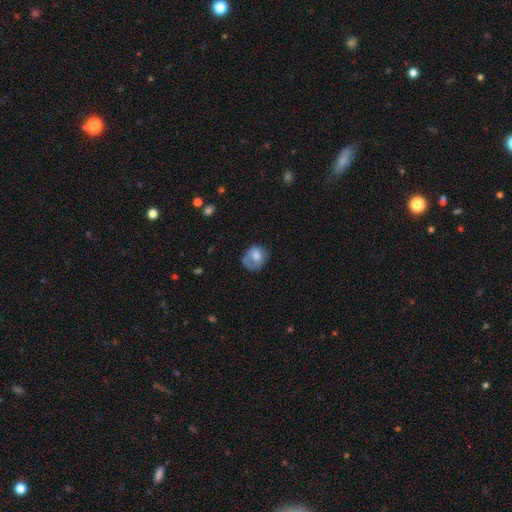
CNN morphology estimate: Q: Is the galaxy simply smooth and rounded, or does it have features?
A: smooth — 69%.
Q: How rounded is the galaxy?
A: round — 63%.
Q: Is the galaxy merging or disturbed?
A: none — 45%.